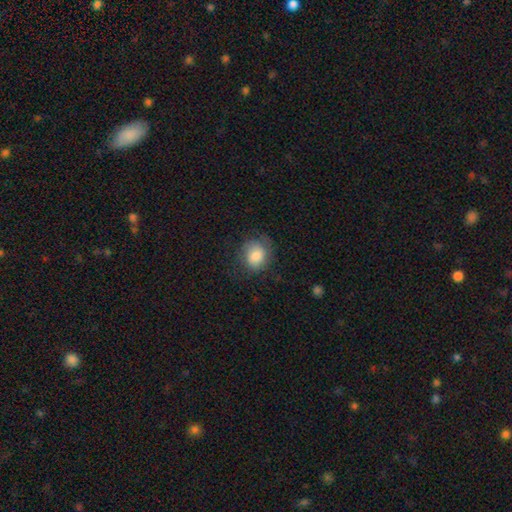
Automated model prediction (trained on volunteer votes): smooth 78%, featured or disk 15%, star or artifact 8%. Down the decision tree: how rounded — round (65%); merging — none (67%).